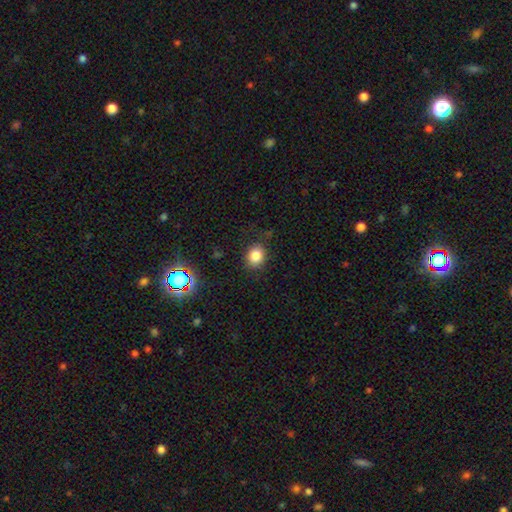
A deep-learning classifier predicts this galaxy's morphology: Smooth or featured?
  - smooth: 82% *
  - star or artifact: 12%
  - featured or disk: 6%
How rounded?
  - round: 63% *
  - in between: 36%
  - cigar-shaped: 1%
Merging?
  - none: 83% *
  - minor disturbance: 12%
  - major disturbance: 4%
  - merger: 1%